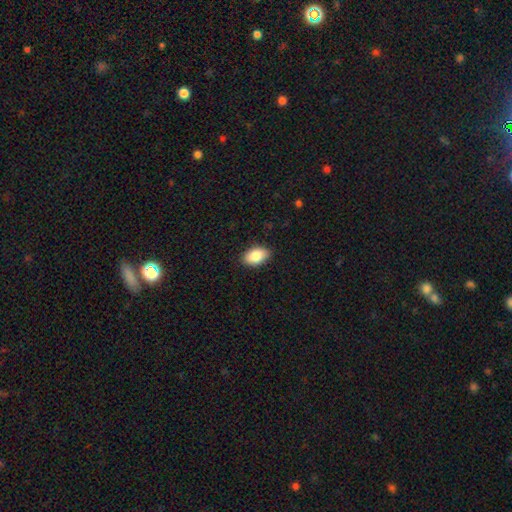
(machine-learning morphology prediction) type=smooth (87%); roundness=in between (92%); merging=none (89%).